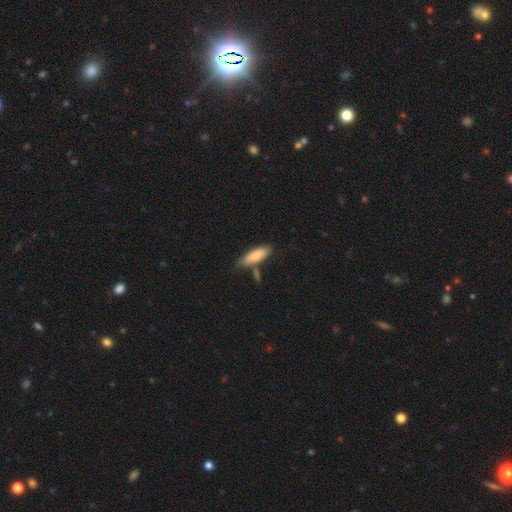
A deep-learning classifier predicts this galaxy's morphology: smooth 79%, featured or disk 15%, star or artifact 6%. Down the decision tree: how rounded — in between (59%); merging — none (59%).